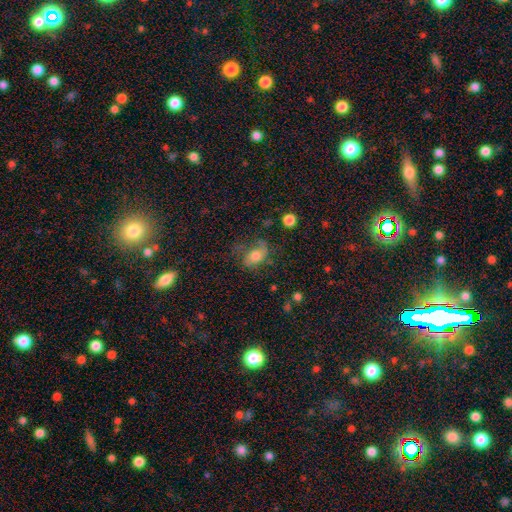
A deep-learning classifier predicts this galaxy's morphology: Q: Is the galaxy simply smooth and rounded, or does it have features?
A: smooth — 54%.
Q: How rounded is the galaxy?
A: in between — 71%.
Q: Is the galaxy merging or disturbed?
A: none — 46%.